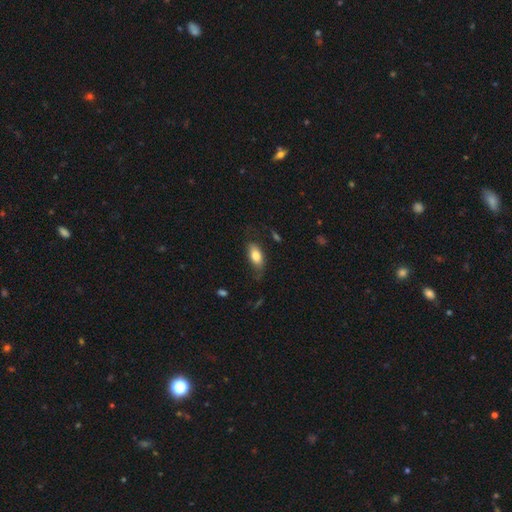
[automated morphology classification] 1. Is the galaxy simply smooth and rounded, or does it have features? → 79% smooth, 15% featured or disk, 7% star or artifact.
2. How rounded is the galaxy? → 89% in between, 7% cigar-shaped, 4% round.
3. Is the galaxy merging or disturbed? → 63% none, 24% minor disturbance, 11% major disturbance, 2% merger.